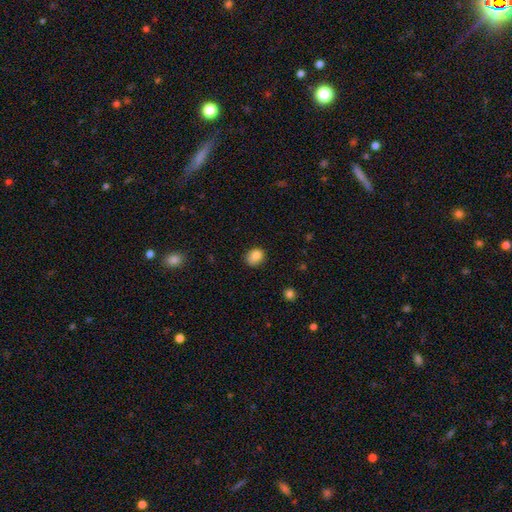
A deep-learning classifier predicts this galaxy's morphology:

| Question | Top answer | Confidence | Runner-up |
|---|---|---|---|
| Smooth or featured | smooth | 85% | star or artifact (10%) |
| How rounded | round | 52% | in between (47%) |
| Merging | none | 73% | minor disturbance (21%) |